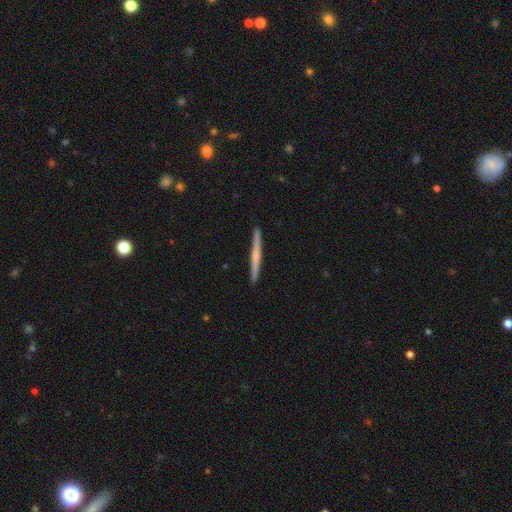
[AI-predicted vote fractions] Smooth or featured? Predicted: featured or disk (p=0.57). Edge-on disk? Predicted: yes (p=0.98). Edge-on bulge? Predicted: rounded (p=0.49). Merging? Predicted: none (p=0.92).